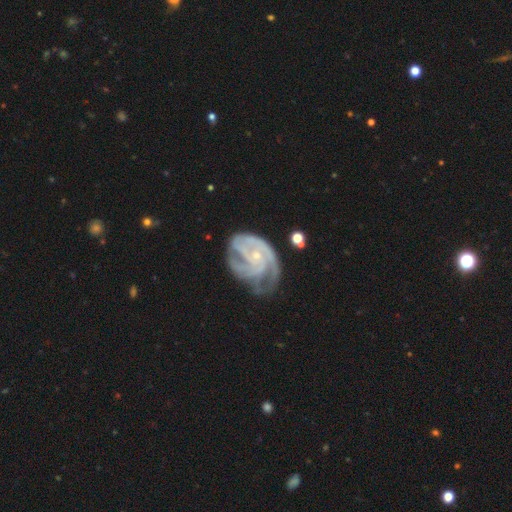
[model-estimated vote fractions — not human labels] This is clearly a featured or disk galaxy (88%). It is clearly not viewed edge-on (98%). Bar: likely no (68%). Spiral arm pattern: clearly yes (97%). Spiral arm count: marginally 3 (39%). Spiral winding: likely tight (64%). Central bulge: clearly small (81%). Merging: possibly none (54%).